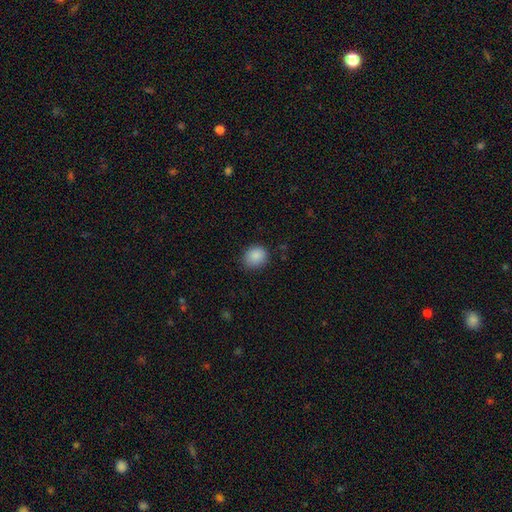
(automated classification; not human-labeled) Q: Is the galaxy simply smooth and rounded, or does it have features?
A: smooth — 88%.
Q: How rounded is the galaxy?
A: round — 72%.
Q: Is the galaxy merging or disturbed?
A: none — 83%.